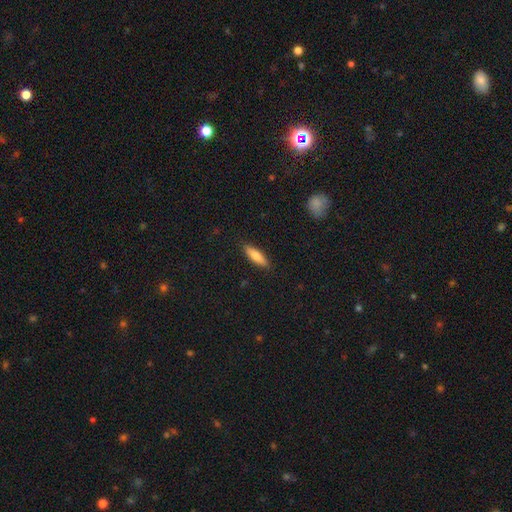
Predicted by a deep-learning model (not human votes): smooth 76%, featured or disk 18%, star or artifact 6%. Down the decision tree: how rounded — cigar-shaped (55%); merging — none (88%).